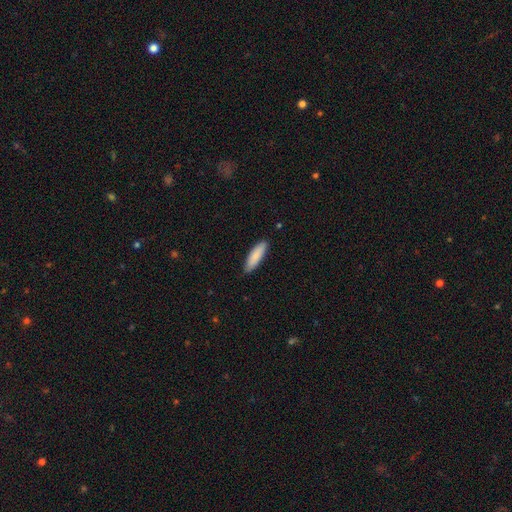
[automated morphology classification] Smooth or featured?
  - smooth: 87% *
  - featured or disk: 8%
  - star or artifact: 5%
How rounded?
  - cigar-shaped: 60% *
  - in between: 38%
  - round: 1%
Merging?
  - none: 87% *
  - minor disturbance: 10%
  - major disturbance: 2%
  - merger: 1%